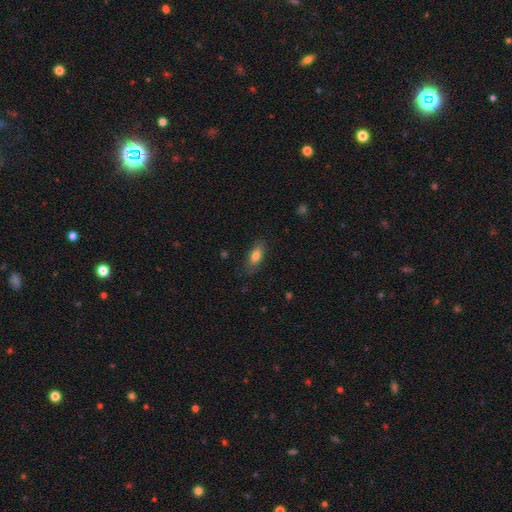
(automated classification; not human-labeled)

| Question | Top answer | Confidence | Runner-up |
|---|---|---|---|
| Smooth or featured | smooth | 78% | featured or disk (15%) |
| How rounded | in between | 78% | cigar-shaped (19%) |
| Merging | none | 81% | minor disturbance (15%) |